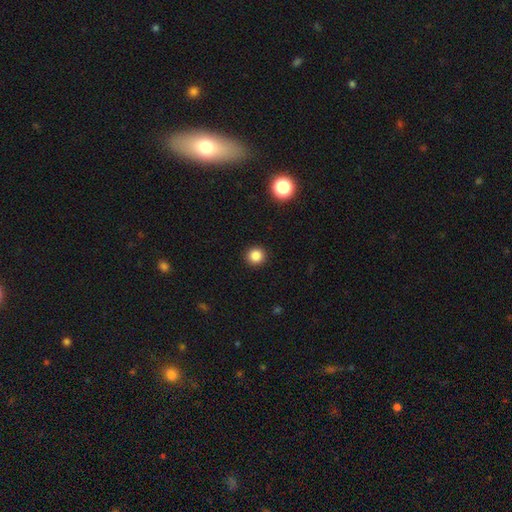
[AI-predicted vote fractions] Morphology: type=smooth (85%); roundness=round (94%); merging=none (93%).